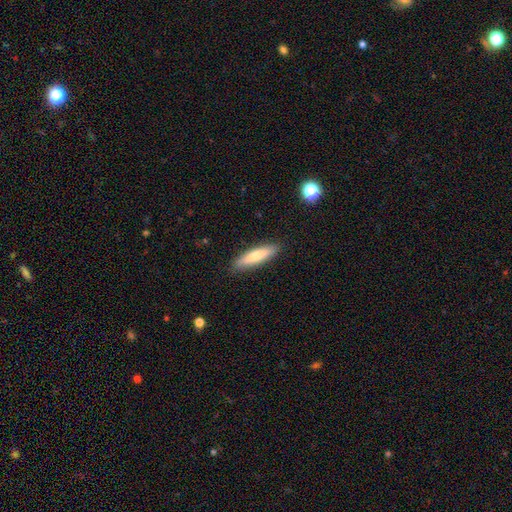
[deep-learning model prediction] This appears to be a smooth galaxy with no disk features (70%) that is cigar-shaped (77%). Merging: none (89%).